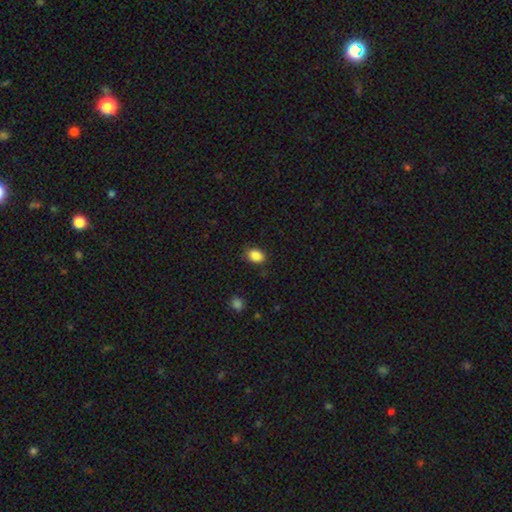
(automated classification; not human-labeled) Smooth or featured? smooth (87%)
How rounded? in between (70%)
Merging? none (80%)